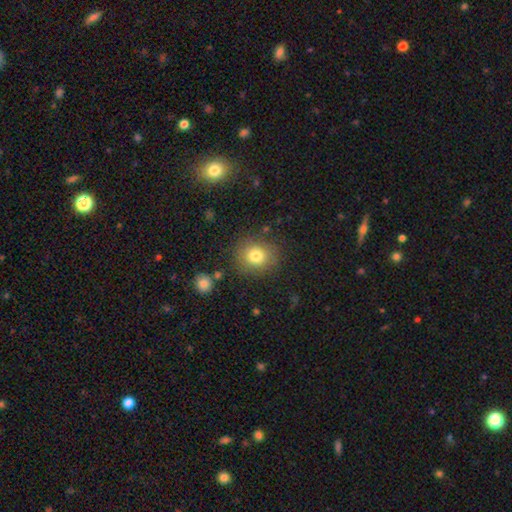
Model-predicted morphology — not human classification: Smooth or featured?
  - smooth: 77% *
  - star or artifact: 12%
  - featured or disk: 11%
How rounded?
  - round: 81% *
  - in between: 18%
  - cigar-shaped: 1%
Merging?
  - none: 82% *
  - minor disturbance: 11%
  - major disturbance: 4%
  - merger: 3%